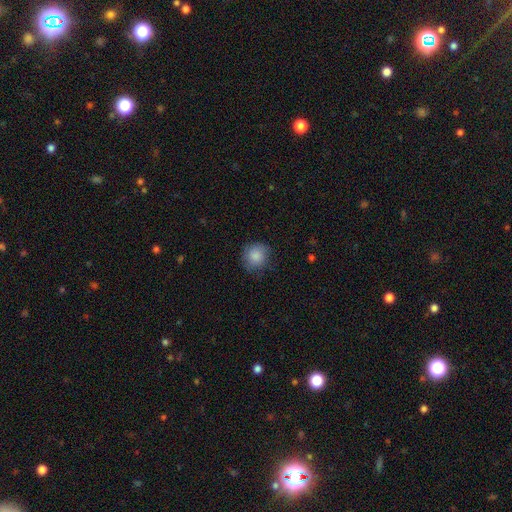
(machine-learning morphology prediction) Smooth or featured: smooth — 86% (star or artifact — 8%)
How rounded: round — 87% (in between — 12%)
Merging: none — 78% (minor disturbance — 16%)